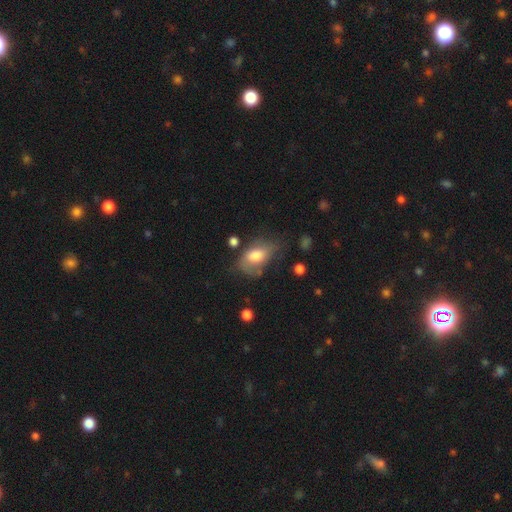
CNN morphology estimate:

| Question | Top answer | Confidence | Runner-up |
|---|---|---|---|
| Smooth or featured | smooth | 69% | featured or disk (23%) |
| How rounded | in between | 88% | round (9%) |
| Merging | none | 40% | minor disturbance (32%) |